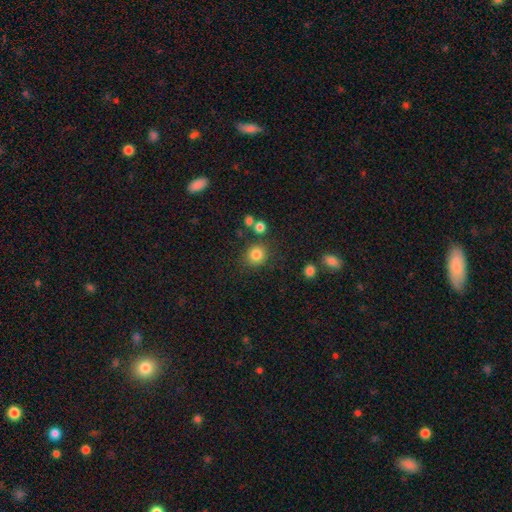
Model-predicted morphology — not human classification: This appears to be a smooth galaxy with no disk features (83%) that is round (84%). Merging: none (81%).